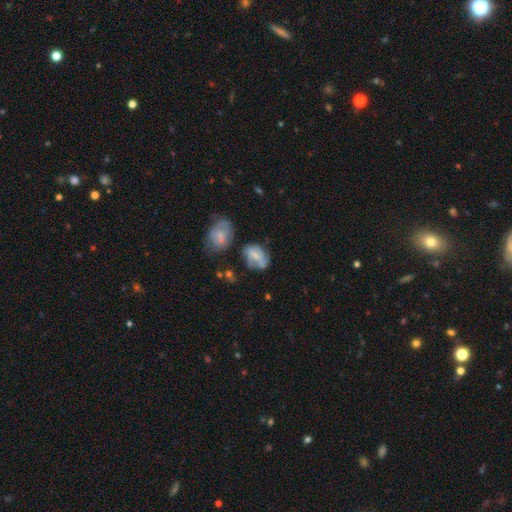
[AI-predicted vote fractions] A featured or disk galaxy (56%) with no bar (46%), spiral arms (78%) and a small central bulge (57%).

Vote fractions:
- Smooth or featured? featured or disk: 56% / smooth: 35% / star or artifact: 9%
- Edge-on disk? no: 97% / yes: 3%
- Bar? no: 46% / weak: 42% / strong: 12%
- Spiral arms? yes: 78% / no: 22%
- Bulge size? small: 57% / moderate: 23% / none: 17% / large: 2% / dominant: 1%
- Merging? none: 51% / minor disturbance: 24% / major disturbance: 15% / merger: 10%